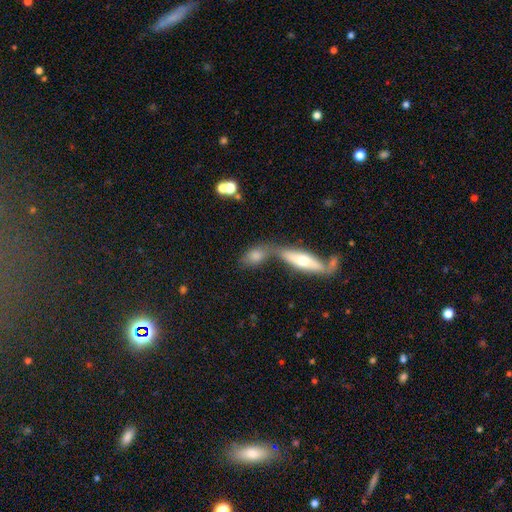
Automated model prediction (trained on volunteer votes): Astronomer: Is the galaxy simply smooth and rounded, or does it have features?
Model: smooth — 70%.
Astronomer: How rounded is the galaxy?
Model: in between — 73%.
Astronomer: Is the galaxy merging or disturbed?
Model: merger — 47% (runner-up: none, 37%).